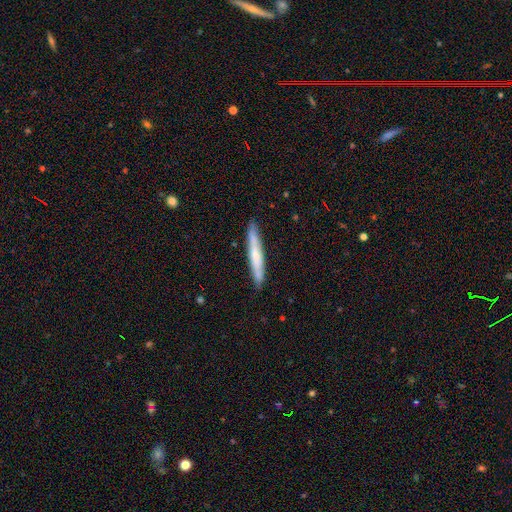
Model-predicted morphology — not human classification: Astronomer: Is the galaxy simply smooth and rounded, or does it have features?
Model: smooth — 57% (runner-up: featured or disk, 37%).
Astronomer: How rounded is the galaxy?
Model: cigar-shaped — 95%.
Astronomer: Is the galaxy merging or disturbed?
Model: none — 88%.